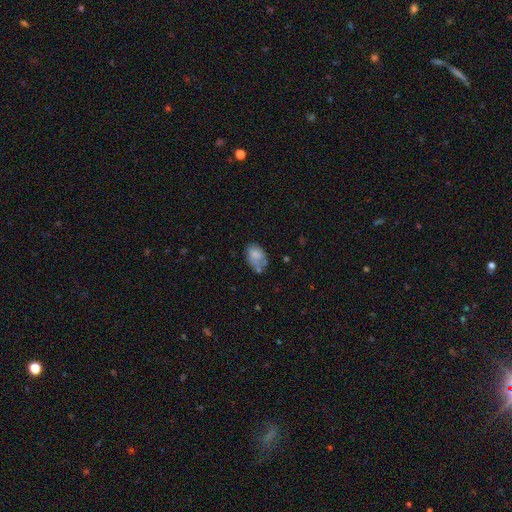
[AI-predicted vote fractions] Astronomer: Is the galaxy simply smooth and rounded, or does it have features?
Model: smooth — 70%.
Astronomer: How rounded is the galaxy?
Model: in between — 84%.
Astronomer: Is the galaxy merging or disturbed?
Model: none — 42% (runner-up: minor disturbance, 31%).